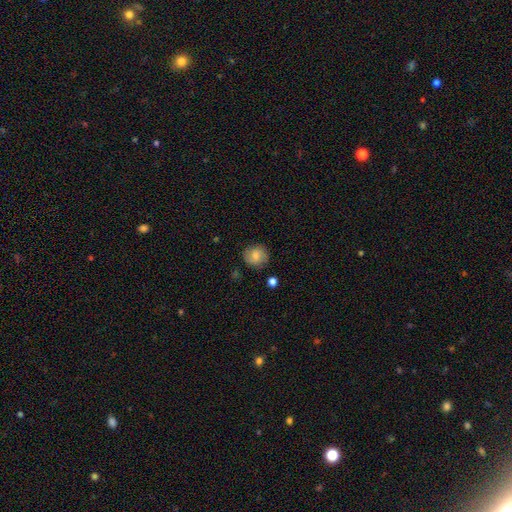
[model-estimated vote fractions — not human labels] Smooth or featured? Predicted: smooth (p=0.76). How rounded? Predicted: round (p=0.86). Merging? Predicted: none (p=0.83).